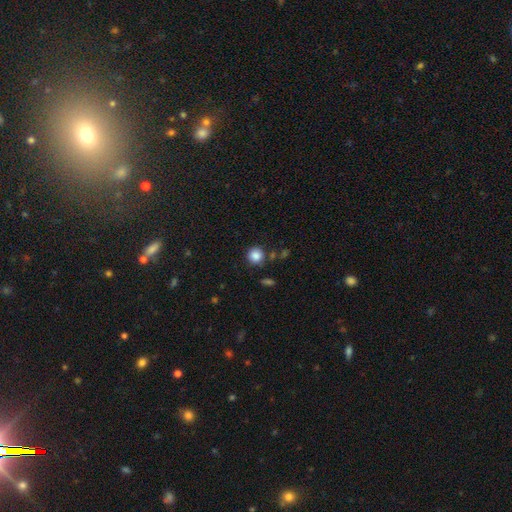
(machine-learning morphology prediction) smooth_or_featured: smooth (p=0.86) [alt: star or artifact p=0.10]
how_rounded: round (p=0.93) [alt: in between p=0.06]
merging: none (p=0.84) [alt: minor disturbance p=0.09]